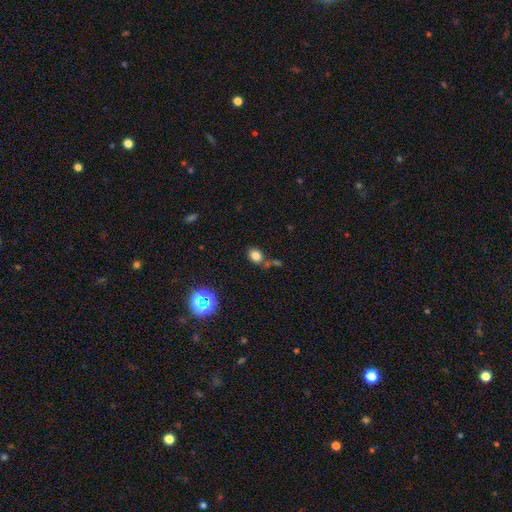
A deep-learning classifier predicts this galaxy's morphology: The model was most divided on "how rounded": in between: 53%, round: 46%, cigar-shaped: 1%. More confident: smooth or featured — smooth (77%); merging — none (66%).